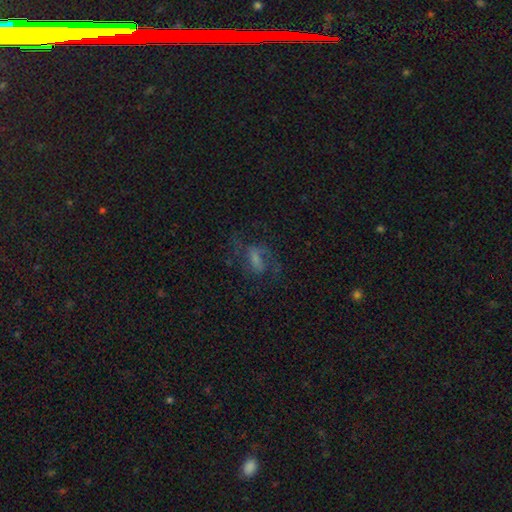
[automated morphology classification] Smooth or featured? featured or disk (61%)
Edge-on disk? no (95%)
Bar? weak (48%)
Spiral arms? yes (85%)
Bulge size? small (33%)
Merging? none (61%)